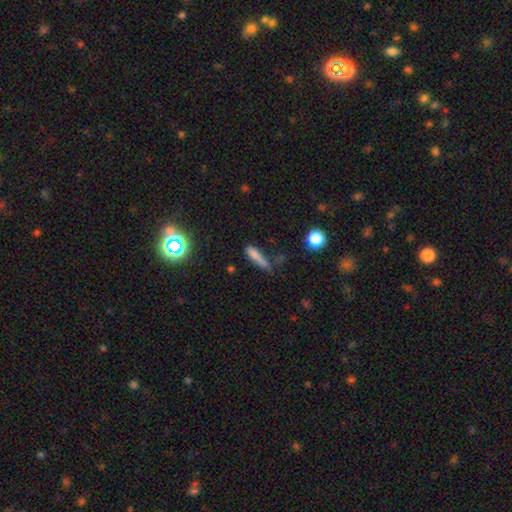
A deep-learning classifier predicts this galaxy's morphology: Smooth or featured? Predicted: smooth (p=0.73). How rounded? Predicted: cigar-shaped (p=0.76). Merging? Predicted: none (p=0.45).